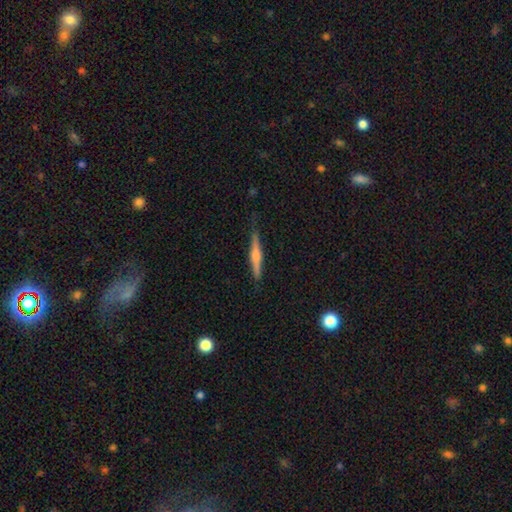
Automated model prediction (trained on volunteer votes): This is likely a featured or disk galaxy (68%). It is clearly viewed edge-on (98%). Edge-on bulge: clearly rounded (83%). Merging: clearly none (84%).